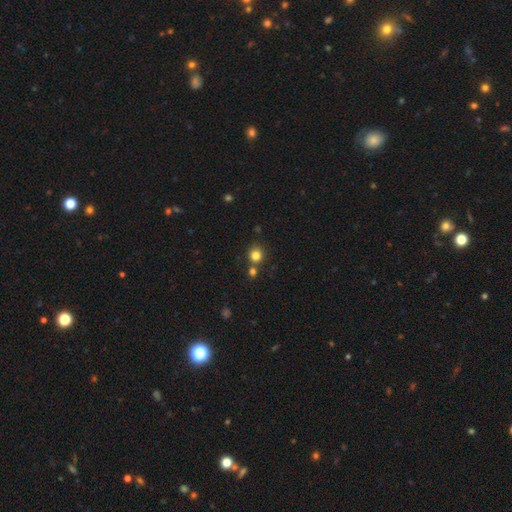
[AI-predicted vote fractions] A smooth galaxy with no disk features (81%) that is round (87%). Merging: none (73%).